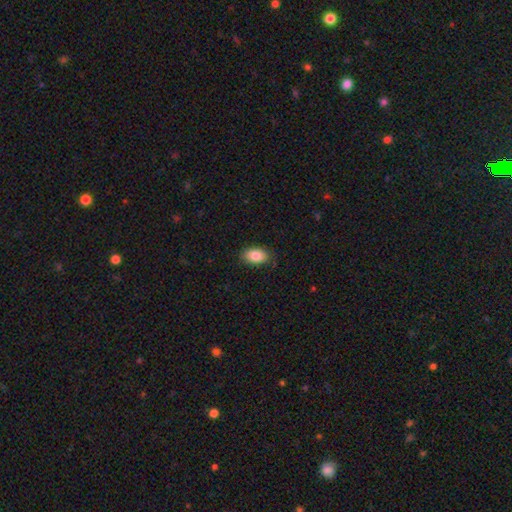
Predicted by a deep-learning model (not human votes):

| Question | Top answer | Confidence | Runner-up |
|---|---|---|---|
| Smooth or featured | smooth | 86% | star or artifact (7%) |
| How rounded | in between | 90% | round (8%) |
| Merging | none | 84% | minor disturbance (13%) |